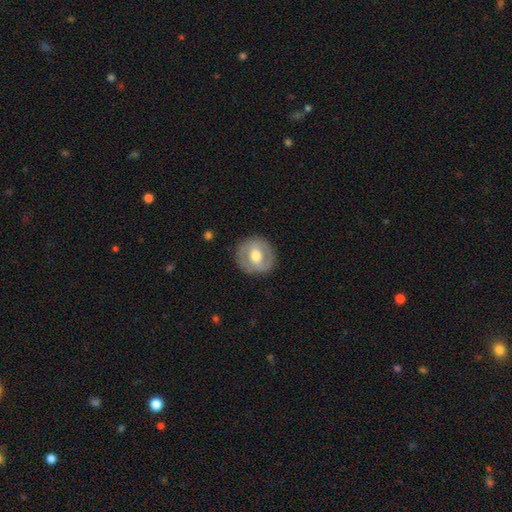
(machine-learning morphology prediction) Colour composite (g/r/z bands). It shows a featured or disk galaxy (56%) with a weak bar (41%), no spiral arms (61%) and a moderate central bulge (75%). Merging: none (85%).